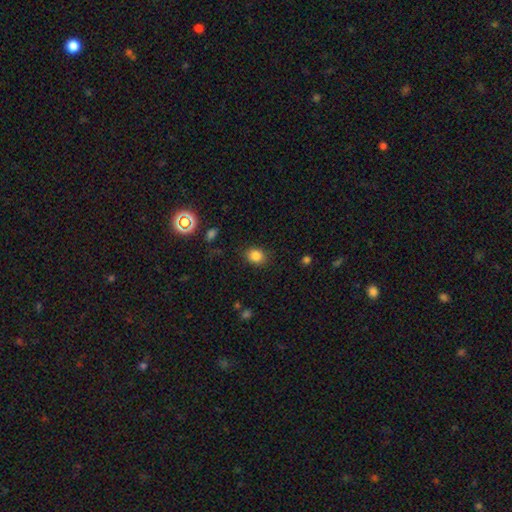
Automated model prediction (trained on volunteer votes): This is clearly a smooth galaxy (84%). How rounded: possibly round (58%). Merging: clearly none (86%).